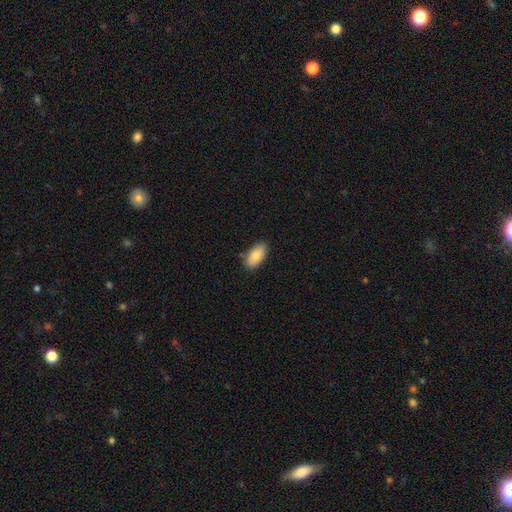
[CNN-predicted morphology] Q: Smooth or featured?
A: smooth (85%); runner-up: featured or disk (9%)
Q: How rounded?
A: in between (93%); runner-up: cigar-shaped (4%)
Q: Merging?
A: none (84%); runner-up: minor disturbance (13%)